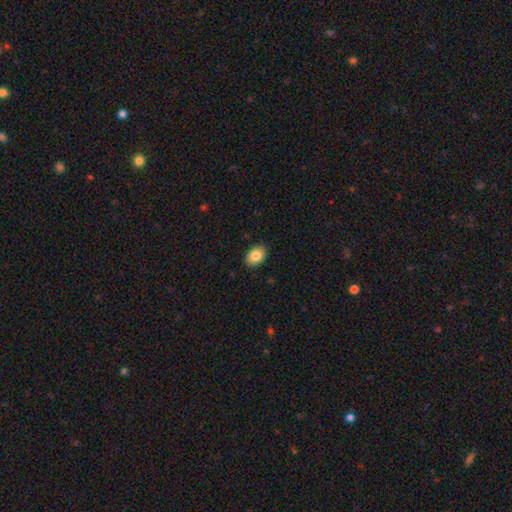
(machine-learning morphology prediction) A smooth galaxy with no disk features (84%) that is in between round and cigar-shaped (79%).

Vote fractions:
- Smooth or featured? smooth: 84% / star or artifact: 8% / featured or disk: 8%
- How rounded? in between: 79% / round: 20% / cigar-shaped: 1%
- Merging? none: 89% / minor disturbance: 8% / major disturbance: 2% / merger: 1%